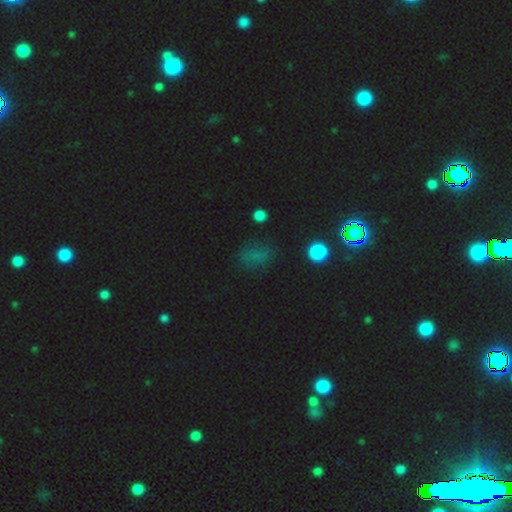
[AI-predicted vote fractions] Smooth or featured? Predicted: smooth (p=0.58). How rounded? Predicted: in between (p=0.60). Merging? Predicted: none (p=0.71).